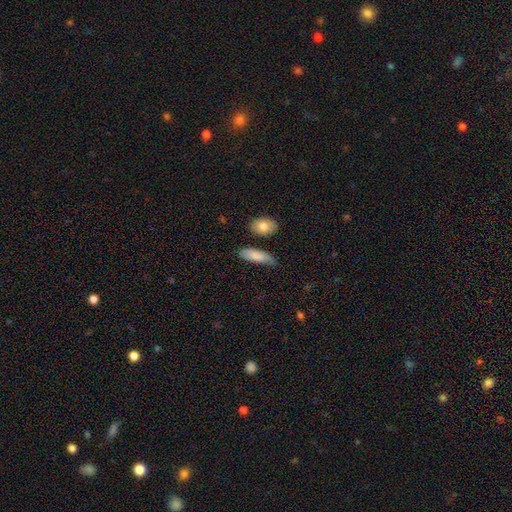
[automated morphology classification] smooth 80%, featured or disk 14%, star or artifact 6%. Down the decision tree: how rounded — in between (65%); merging — none (62%).